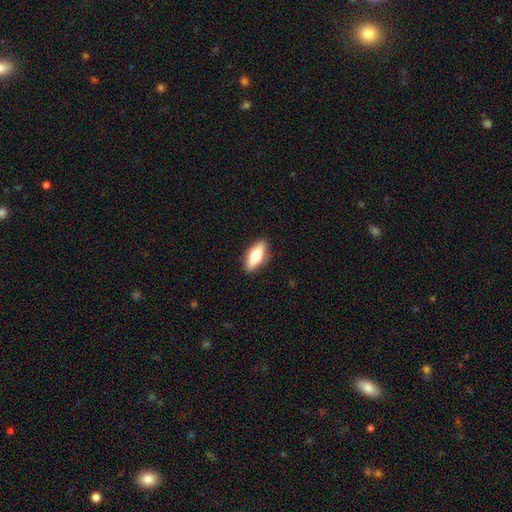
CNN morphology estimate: Q: Smooth or featured?
A: smooth (65%); runner-up: featured or disk (29%)
Q: How rounded?
A: in between (72%); runner-up: cigar-shaped (25%)
Q: Merging?
A: none (87%); runner-up: minor disturbance (9%)